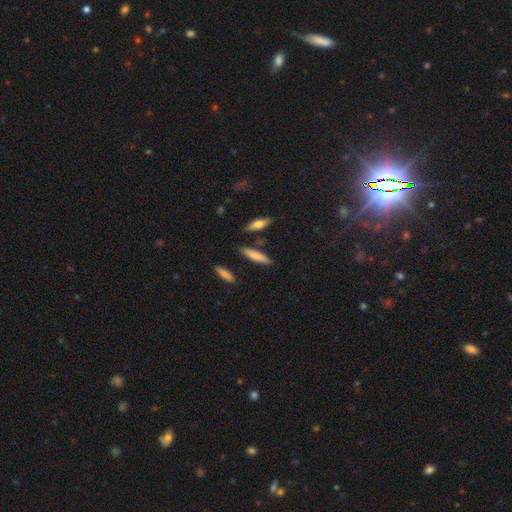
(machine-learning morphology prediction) type=smooth (76%); roundness=cigar-shaped (79%); merging=none (82%).